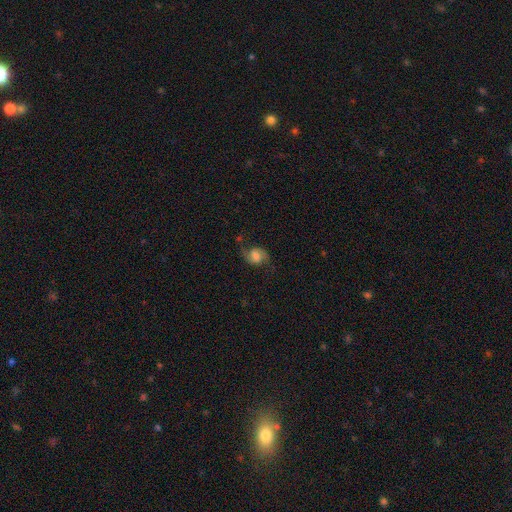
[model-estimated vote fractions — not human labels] A featured or disk galaxy (60%) with a weak bar (45%), 2 (89%) loose (52%) spiral arms (91%) and a moderate central bulge (45%). Merging: none (68%).